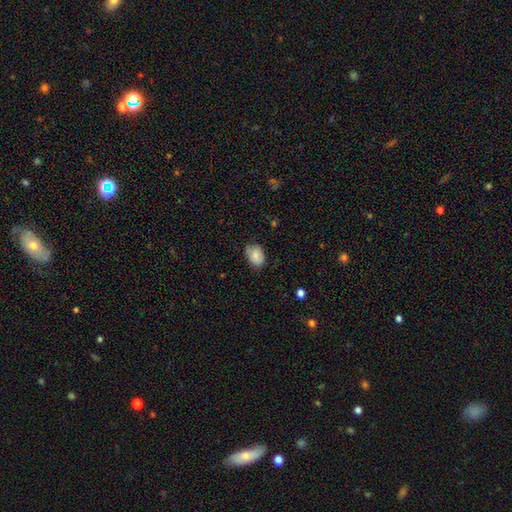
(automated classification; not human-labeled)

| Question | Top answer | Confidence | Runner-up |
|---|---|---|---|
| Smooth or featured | smooth | 83% | featured or disk (10%) |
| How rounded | in between | 79% | round (20%) |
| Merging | none | 70% | minor disturbance (25%) |